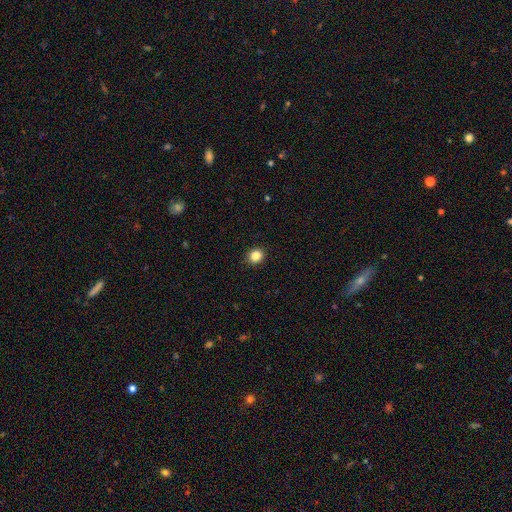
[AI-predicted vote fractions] smooth 85%, star or artifact 11%, featured or disk 4%. Down the decision tree: how rounded — round (76%); merging — none (91%).